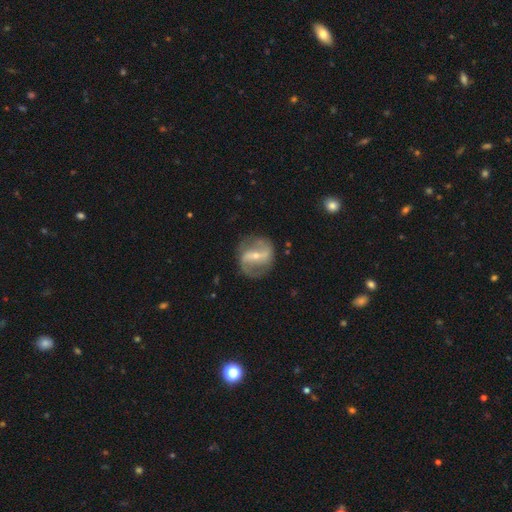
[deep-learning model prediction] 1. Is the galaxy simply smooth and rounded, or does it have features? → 83% featured or disk, 11% smooth, 6% star or artifact.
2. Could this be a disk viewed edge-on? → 96% no, 4% yes.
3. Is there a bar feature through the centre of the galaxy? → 56% strong, 30% weak, 14% no.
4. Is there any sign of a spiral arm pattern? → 88% yes, 12% no.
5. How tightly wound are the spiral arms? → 43% loose, 41% medium, 16% tight.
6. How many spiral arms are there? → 89% 2, 5% can't tell, 2% 1, 1% 3, 1% 4, 1% more than 4.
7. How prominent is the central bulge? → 64% small, 32% moderate, 2% none, 1% large, 1% dominant.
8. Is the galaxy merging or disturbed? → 78% none, 14% minor disturbance, 6% major disturbance, 2% merger.